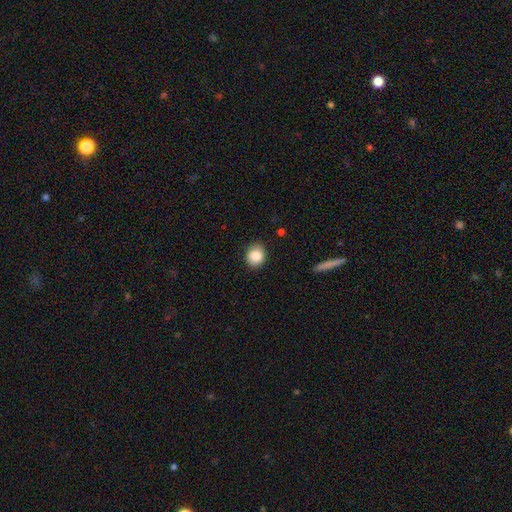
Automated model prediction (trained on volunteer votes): A smooth galaxy with no disk features (86%) that is round (66%). Merging: none (86%).